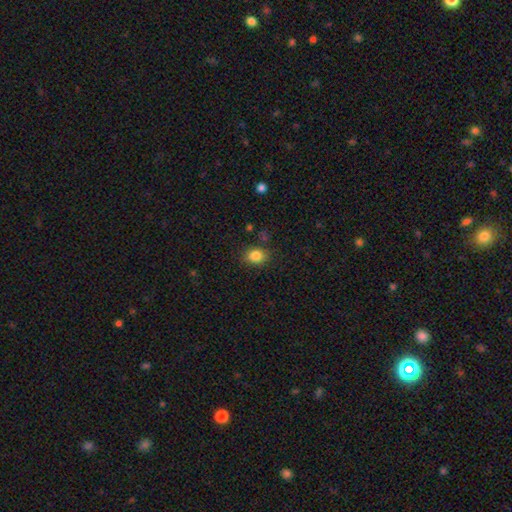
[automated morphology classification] Smooth or featured? smooth (84%)
How rounded? in between (54%)
Merging? none (82%)